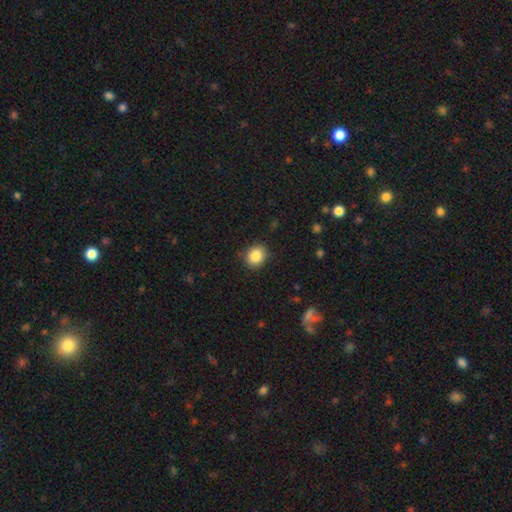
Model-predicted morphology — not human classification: Smooth or featured?
  - smooth: 86% *
  - star or artifact: 9%
  - featured or disk: 5%
How rounded?
  - round: 73% *
  - in between: 26%
  - cigar-shaped: 1%
Merging?
  - none: 87% *
  - minor disturbance: 9%
  - major disturbance: 2%
  - merger: 1%